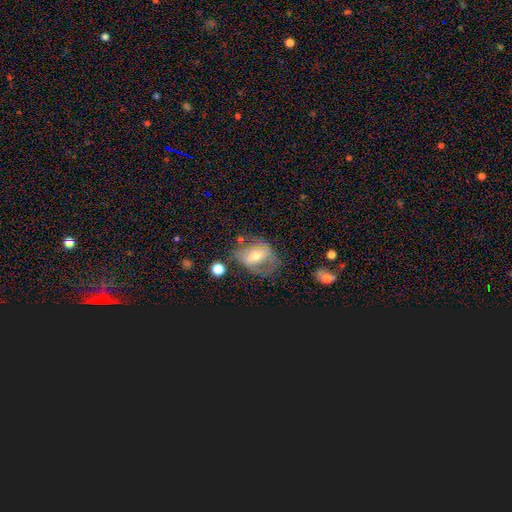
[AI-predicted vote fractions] Smooth or featured: featured or disk — 57% (smooth — 32%)
Edge-on disk: no — 93% (yes — 7%)
Bar: weak — 38% (no — 35%)
Spiral arms: yes — 55% (no — 45%)
Bulge size: moderate — 57% (small — 33%)
Merging: none — 44% (minor disturbance — 26%)